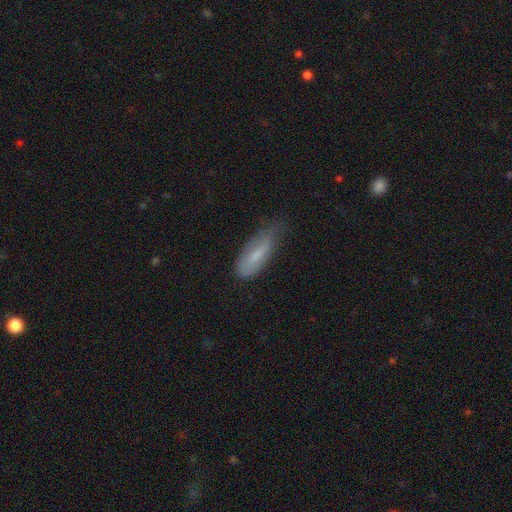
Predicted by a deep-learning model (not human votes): smooth_or_featured: smooth (p=0.69) [alt: featured or disk p=0.23]
how_rounded: in between (p=0.61) [alt: cigar-shaped p=0.37]
merging: none (p=0.47) [alt: minor disturbance p=0.38]